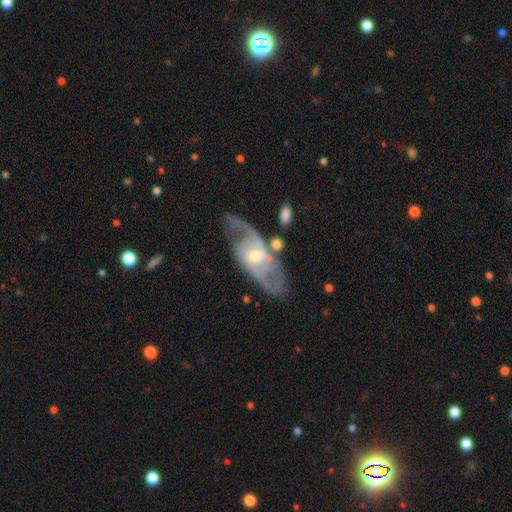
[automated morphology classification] A featured or disk galaxy (84%) with no bar (52%), 2 (74%) medium (48%) spiral arms (91%) and a small central bulge (57%).

Vote fractions:
- Smooth or featured? featured or disk: 84% / smooth: 10% / star or artifact: 5%
- Edge-on disk? no: 91% / yes: 9%
- Bar? no: 52% / weak: 37% / strong: 11%
- Spiral arms? yes: 91% / no: 9%
- Spiral winding? medium: 48% / tight: 26% / loose: 26%
- Spiral arm count? 2: 74% / can't tell: 14% / 3: 5% / 1: 4% / 4: 2% / more than 4: 2%
- Bulge size? small: 57% / moderate: 39% / large: 2% / none: 1% / dominant: 1%
- Merging? none: 64% / minor disturbance: 18% / major disturbance: 10% / merger: 9%